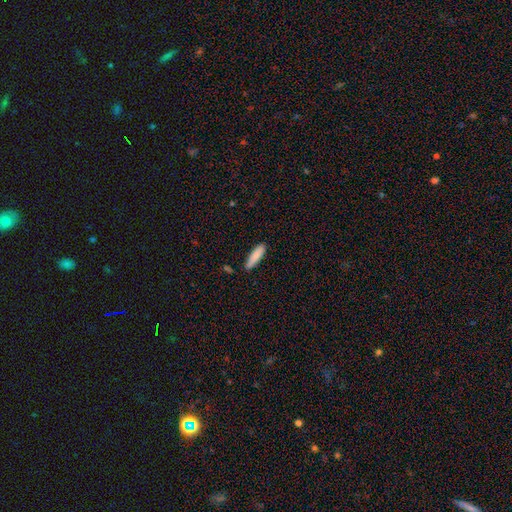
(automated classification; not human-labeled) Smooth or featured? Predicted: smooth (p=0.83). How rounded? Predicted: cigar-shaped (p=0.62). Merging? Predicted: none (p=0.78).